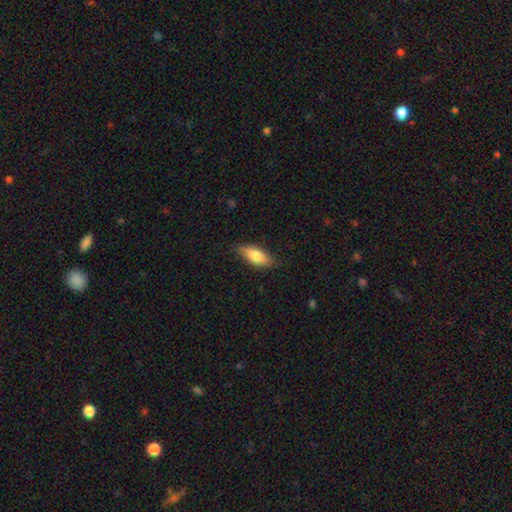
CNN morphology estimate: A smooth galaxy with no disk features (73%) that is in between round and cigar-shaped (73%).

Vote fractions:
- Smooth or featured? smooth: 73% / featured or disk: 21% / star or artifact: 6%
- How rounded? in between: 73% / cigar-shaped: 24% / round: 3%
- Merging? none: 76% / minor disturbance: 19% / major disturbance: 4% / merger: 1%